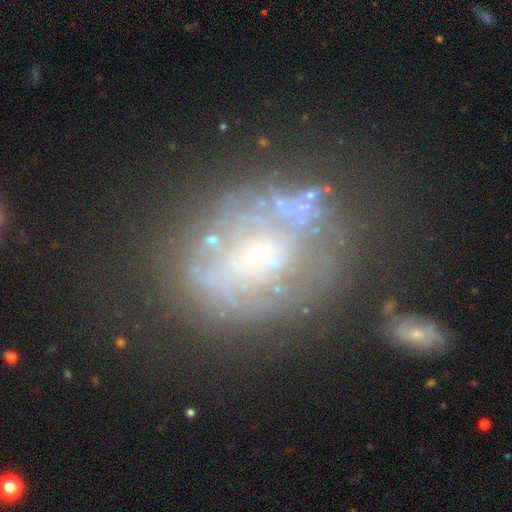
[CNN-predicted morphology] The model was most divided on "bulge size": small: 46%, moderate: 25%, none: 20%, large: 7%, dominant: 2%. More confident: edge-on disk — no (96%); bar — no (77%); smooth or featured — featured or disk (66%); spiral arms — no (65%); merging — none (54%).